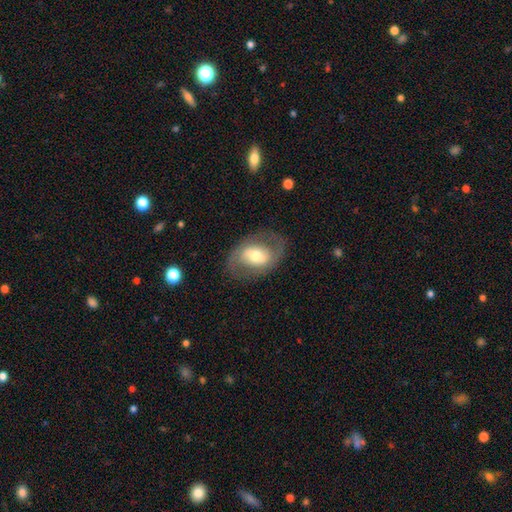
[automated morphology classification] A featured or disk galaxy (55%) with no bar (45%), spiral arms (52%) and a moderate central bulge (63%).

Vote fractions:
- Smooth or featured? featured or disk: 55% / smooth: 38% / star or artifact: 7%
- Edge-on disk? no: 94% / yes: 6%
- Bar? no: 45% / weak: 34% / strong: 22%
- Spiral arms? yes: 52% / no: 48%
- Bulge size? moderate: 63% / small: 19% / large: 15% / dominant: 2% / none: 1%
- Merging? none: 75% / minor disturbance: 14% / major disturbance: 9% / merger: 1%